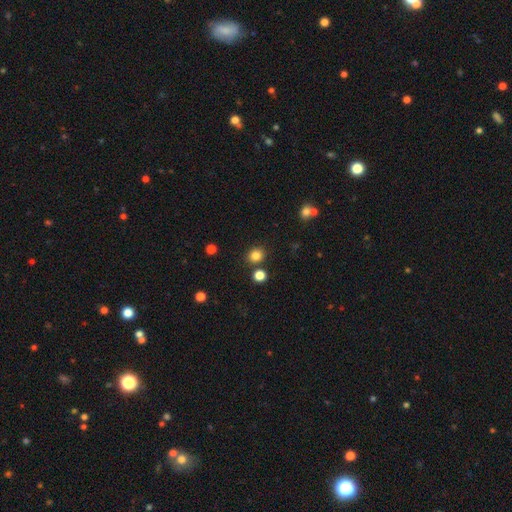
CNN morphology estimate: type=smooth (82%); roundness=round (81%); merging=none (82%).